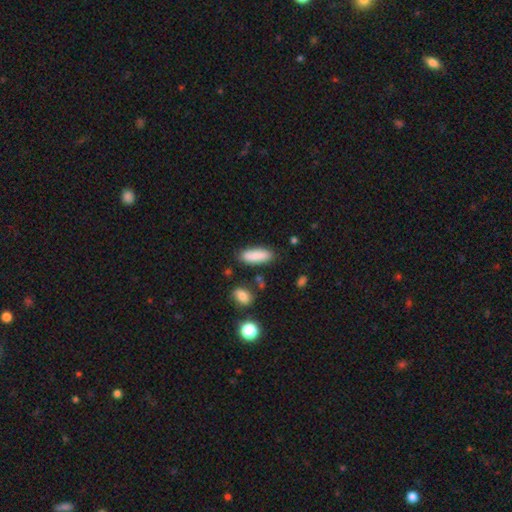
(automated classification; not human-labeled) This appears to be a smooth galaxy with no disk features (86%) that is in between round and cigar-shaped (64%). Merging: none (82%).